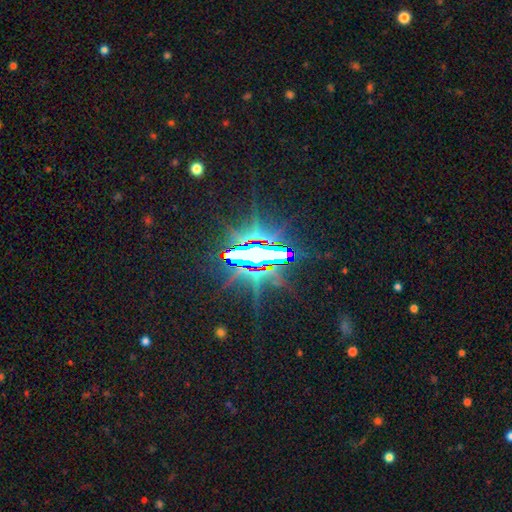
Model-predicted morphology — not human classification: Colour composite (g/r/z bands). It shows a star or artifact, not a galaxy (78%).